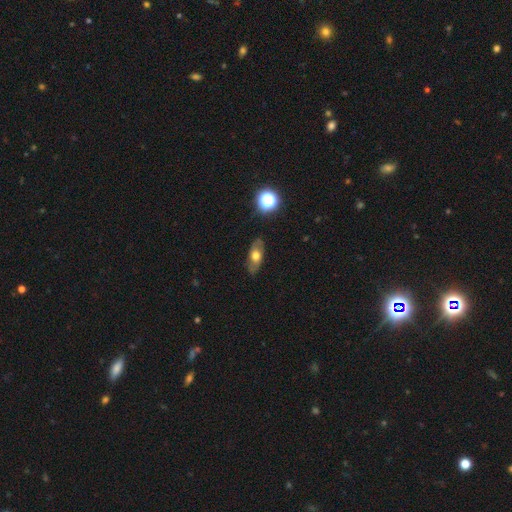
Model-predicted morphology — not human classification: Smooth or featured: smooth — 49% (featured or disk — 41%)
Merging: none — 80% (minor disturbance — 15%)